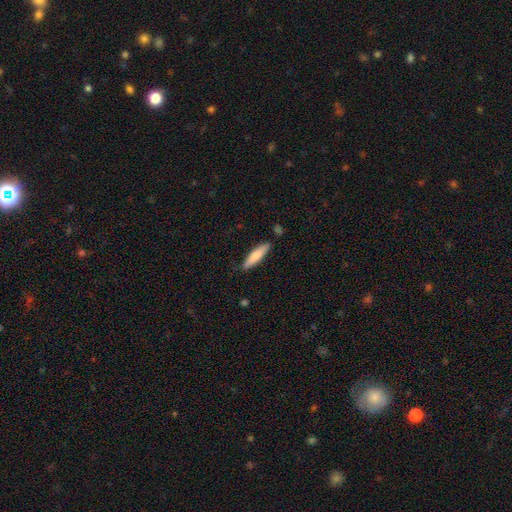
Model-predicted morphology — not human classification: The model was most divided on "smooth or featured": smooth: 73%, featured or disk: 22%, star or artifact: 5%. More confident: merging — none (84%); how rounded — cigar-shaped (78%).